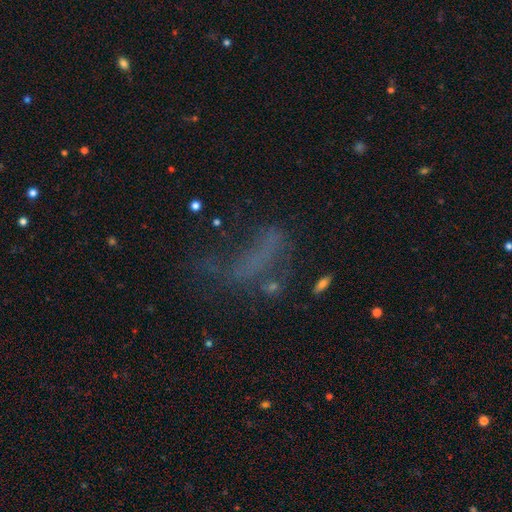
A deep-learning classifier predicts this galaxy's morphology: This appears to be a featured or disk galaxy (38%). Merging: major disturbance (43%).